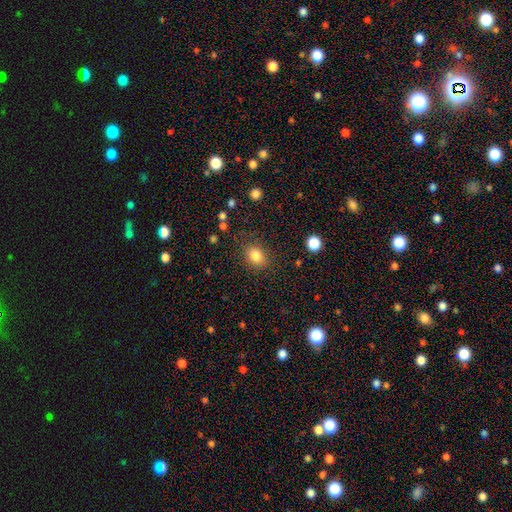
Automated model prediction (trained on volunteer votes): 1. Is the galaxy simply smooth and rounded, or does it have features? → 83% smooth, 10% star or artifact, 6% featured or disk.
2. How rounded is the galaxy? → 59% in between, 40% round, 1% cigar-shaped.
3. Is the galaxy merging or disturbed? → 81% none, 12% minor disturbance, 4% major disturbance, 2% merger.